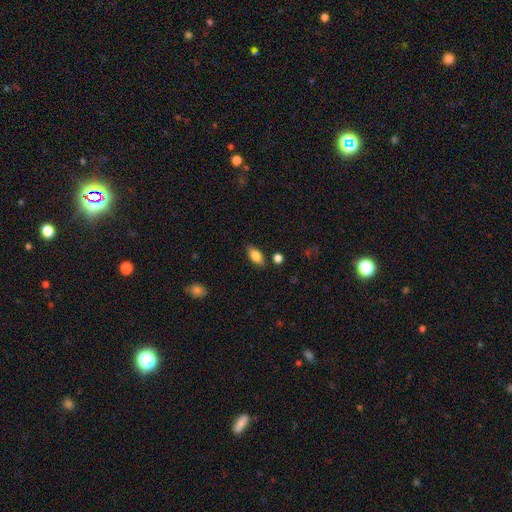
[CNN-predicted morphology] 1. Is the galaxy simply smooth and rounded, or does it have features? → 83% smooth, 9% featured or disk, 7% star or artifact.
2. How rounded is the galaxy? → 89% in between, 8% cigar-shaped, 4% round.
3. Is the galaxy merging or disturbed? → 82% none, 12% minor disturbance, 3% merger, 3% major disturbance.